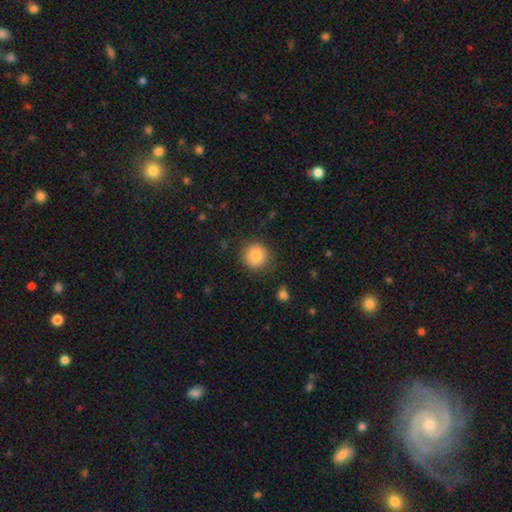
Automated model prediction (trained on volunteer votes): Q: Smooth or featured?
A: smooth (85%); runner-up: star or artifact (8%)
Q: How rounded?
A: round (93%); runner-up: in between (6%)
Q: Merging?
A: none (85%); runner-up: minor disturbance (10%)